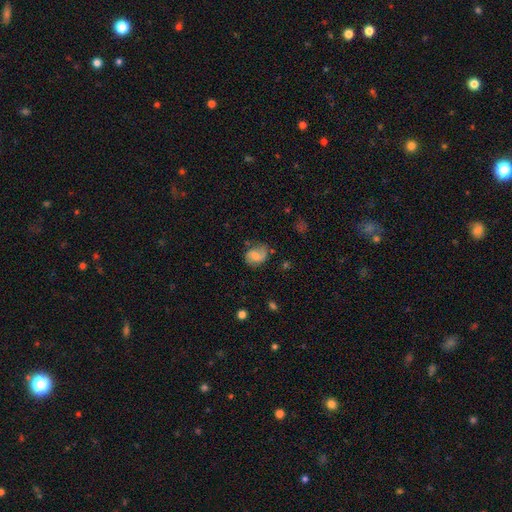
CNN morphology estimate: featured or disk 49%, smooth 42%, star or artifact 9%. Down the decision tree: merging — none (69%).